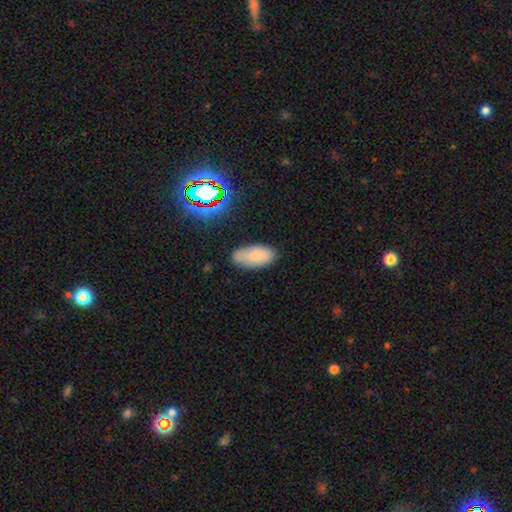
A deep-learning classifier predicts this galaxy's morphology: A smooth galaxy with no disk features (75%) that is in between round and cigar-shaped (93%).

Vote fractions:
- Smooth or featured? smooth: 75% / featured or disk: 15% / star or artifact: 10%
- How rounded? in between: 93% / cigar-shaped: 5% / round: 2%
- Merging? none: 78% / minor disturbance: 17% / major disturbance: 4% / merger: 2%